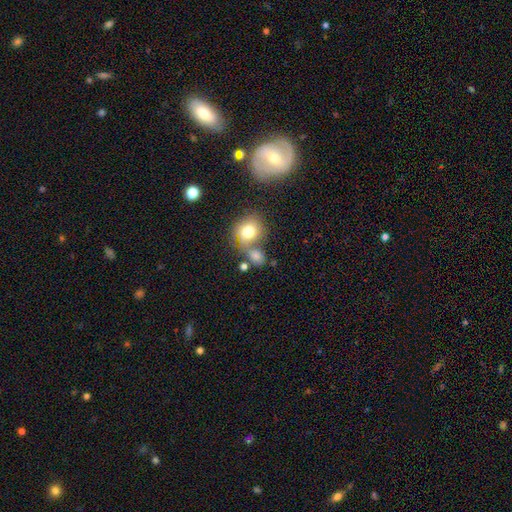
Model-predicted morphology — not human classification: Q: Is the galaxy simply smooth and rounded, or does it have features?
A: smooth — 75%.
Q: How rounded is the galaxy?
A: in between — 49%, tied with round.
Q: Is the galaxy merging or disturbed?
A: none — 45%.